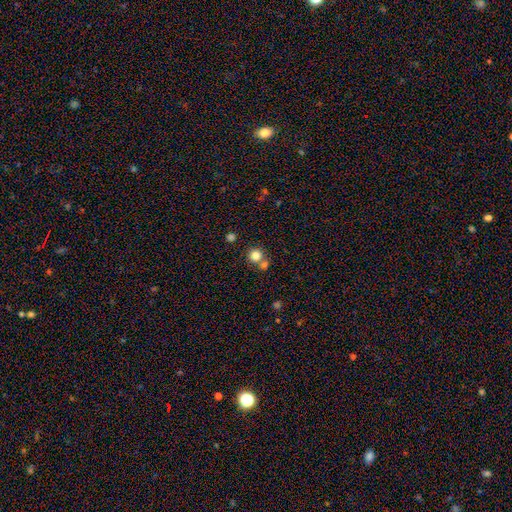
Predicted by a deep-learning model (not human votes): The model was most divided on "merging": none: 61%, merger: 30%, minor disturbance: 7%, major disturbance: 3%. More confident: how rounded — round (92%); smooth or featured — smooth (81%).